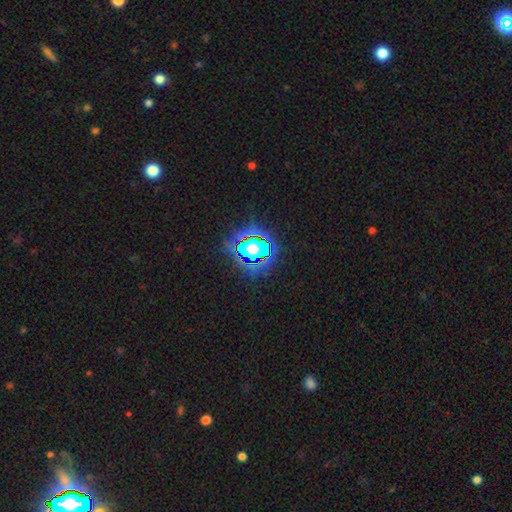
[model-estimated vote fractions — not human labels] This appears to be a star or artifact, not a galaxy (81%).